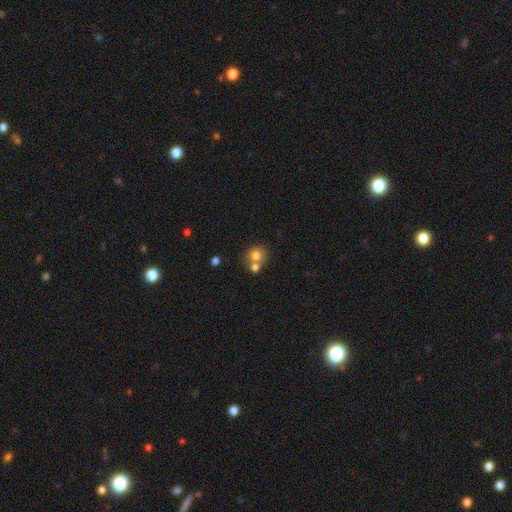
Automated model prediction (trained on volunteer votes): Smooth or featured?
  - smooth: 74% *
  - featured or disk: 15%
  - star or artifact: 11%
How rounded?
  - round: 81% *
  - in between: 19%
  - cigar-shaped: 1%
Merging?
  - none: 48% *
  - merger: 40%
  - minor disturbance: 9%
  - major disturbance: 3%